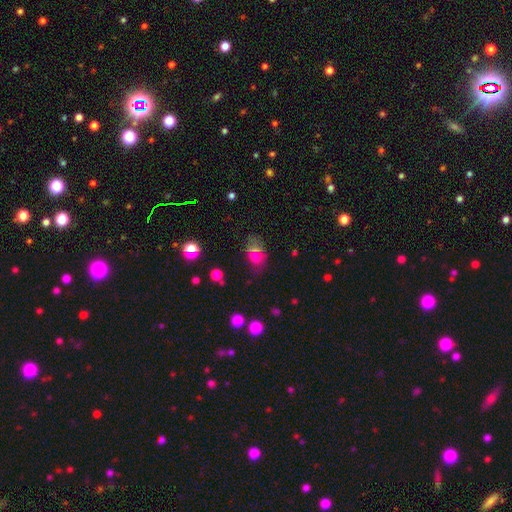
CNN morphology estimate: Overall: smooth (64%). How rounded: in between (76%). Merging: none (61%).